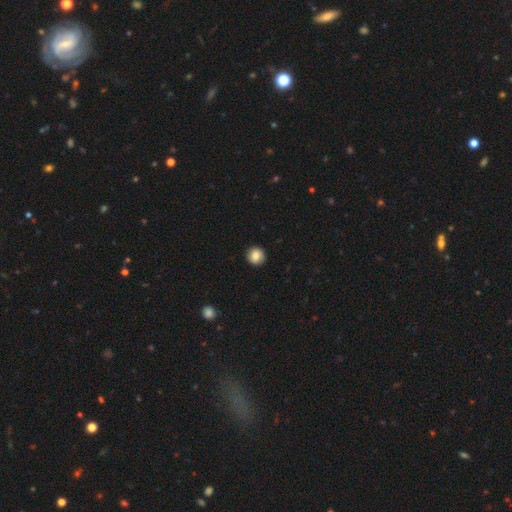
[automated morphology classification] type=smooth (83%); roundness=round (91%); merging=none (89%).